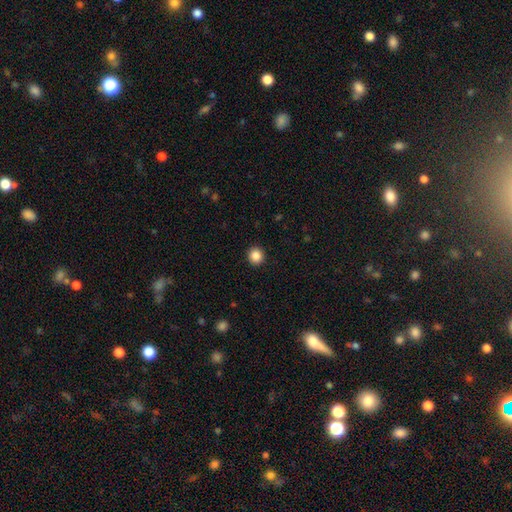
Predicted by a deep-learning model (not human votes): Smooth or featured: smooth — 87% (star or artifact — 10%)
How rounded: round — 92% (in between — 7%)
Merging: none — 93% (minor disturbance — 4%)